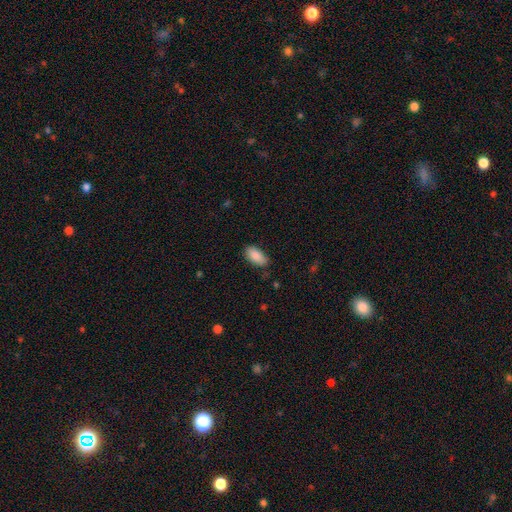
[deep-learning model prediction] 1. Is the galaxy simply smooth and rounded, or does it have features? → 89% smooth, 7% star or artifact, 4% featured or disk.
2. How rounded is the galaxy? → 92% in between, 5% cigar-shaped, 2% round.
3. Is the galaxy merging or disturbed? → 78% none, 17% minor disturbance, 3% major disturbance, 1% merger.